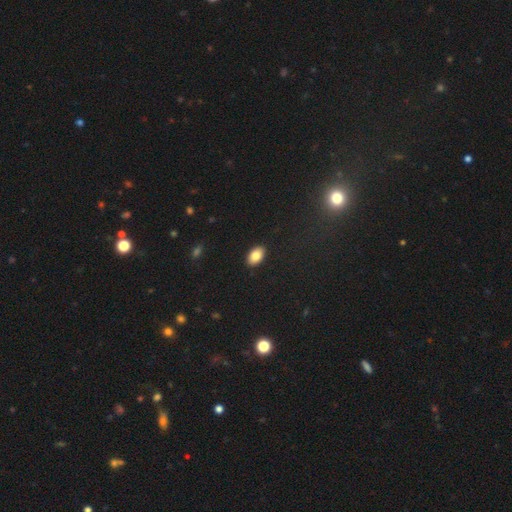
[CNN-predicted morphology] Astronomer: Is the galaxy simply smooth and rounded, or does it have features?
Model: smooth — 83%.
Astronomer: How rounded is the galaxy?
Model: in between — 91%.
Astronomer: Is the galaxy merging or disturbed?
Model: none — 90%.